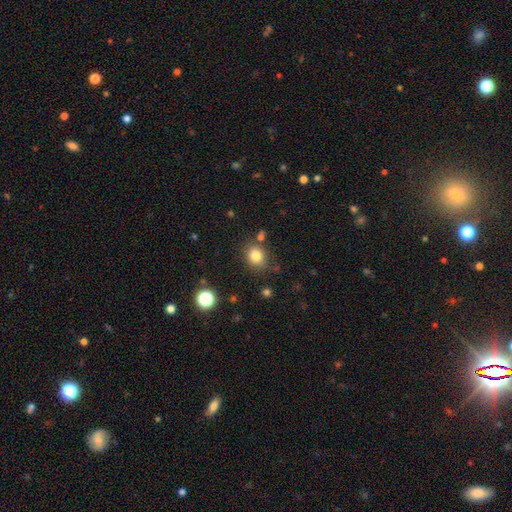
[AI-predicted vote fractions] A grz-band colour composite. It shows a smooth galaxy with no disk features (82%) that is round (72%). Merging: none (77%).